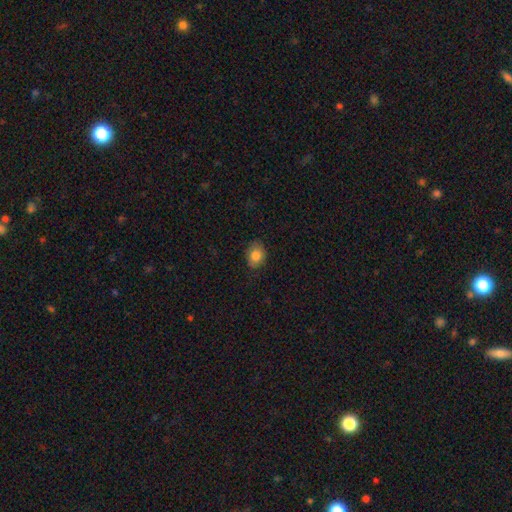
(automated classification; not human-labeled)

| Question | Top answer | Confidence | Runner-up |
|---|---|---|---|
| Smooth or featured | smooth | 83% | star or artifact (9%) |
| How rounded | in between | 64% | round (35%) |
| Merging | none | 80% | minor disturbance (16%) |